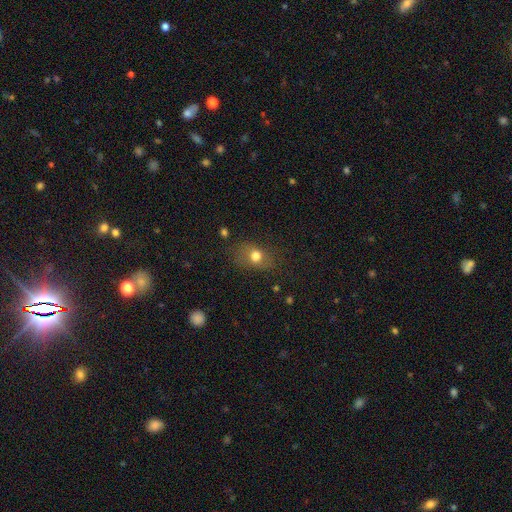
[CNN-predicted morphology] smooth_or_featured: smooth (p=0.72) [alt: featured or disk p=0.15]
how_rounded: in between (p=0.58) [alt: round p=0.40]
merging: none (p=0.67) [alt: minor disturbance p=0.21]